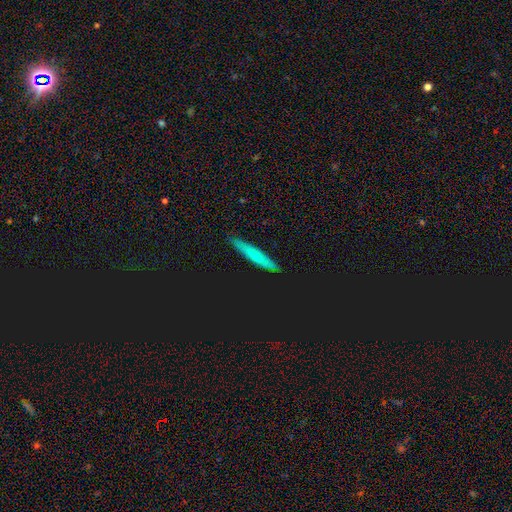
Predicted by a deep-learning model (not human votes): Morphology: type=smooth (56%); roundness=cigar-shaped (89%); merging=none (89%).